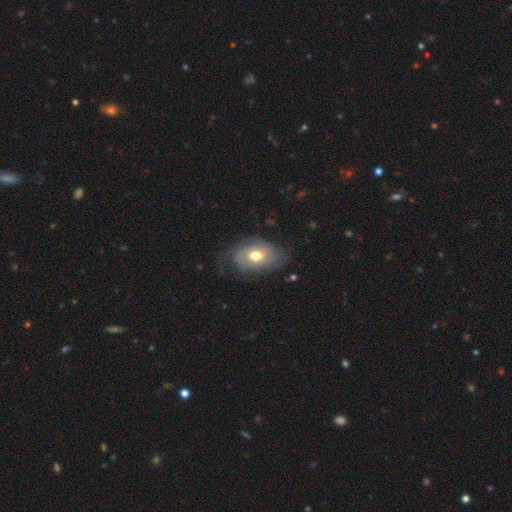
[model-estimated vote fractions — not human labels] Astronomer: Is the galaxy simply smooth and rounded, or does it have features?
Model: featured or disk — 47% (runner-up: smooth, 46%).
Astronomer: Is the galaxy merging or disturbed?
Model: none — 61%.